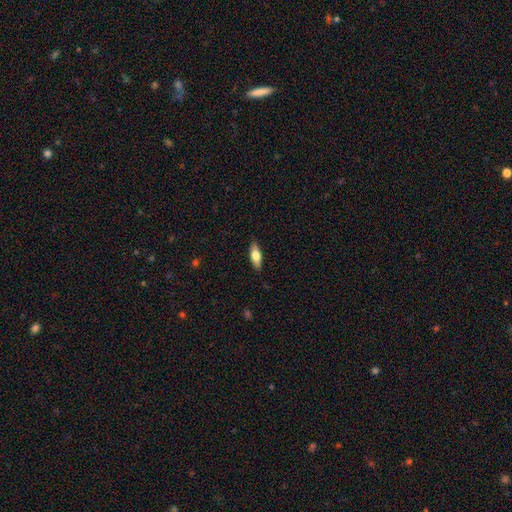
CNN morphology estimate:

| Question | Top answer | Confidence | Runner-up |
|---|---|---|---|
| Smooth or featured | smooth | 72% | featured or disk (22%) |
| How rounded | in between | 71% | cigar-shaped (27%) |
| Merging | none | 87% | minor disturbance (10%) |